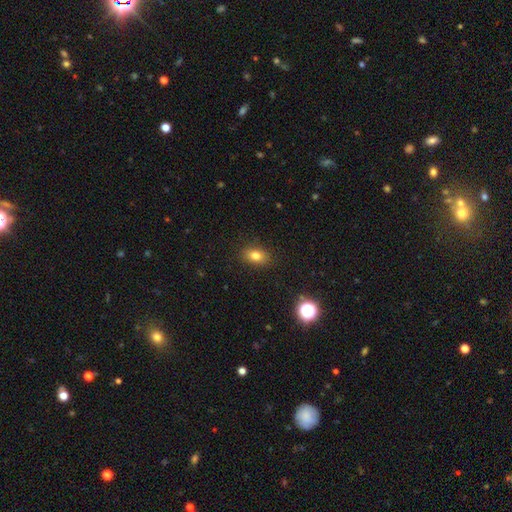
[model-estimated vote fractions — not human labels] smooth-or-featured: smooth: 79% | star or artifact: 12% | featured or disk: 9%
  how-rounded: in between: 76% | round: 22% | cigar-shaped: 2%
  merging: none: 87% | minor disturbance: 9% | major disturbance: 2% | merger: 1%